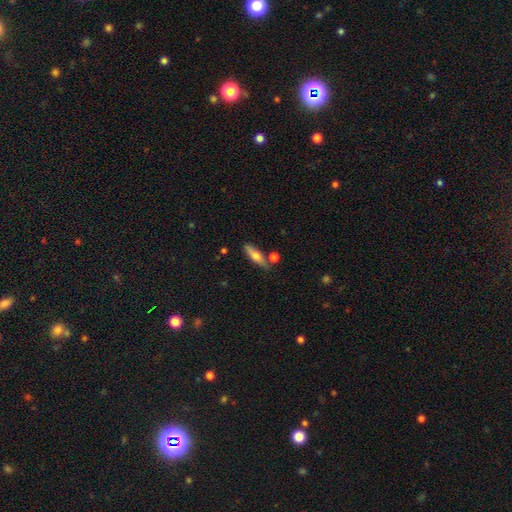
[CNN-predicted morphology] The model was most divided on "smooth or featured": smooth: 57%, featured or disk: 36%, star or artifact: 7%. More confident: merging — none (74%); how rounded — cigar-shaped (62%).